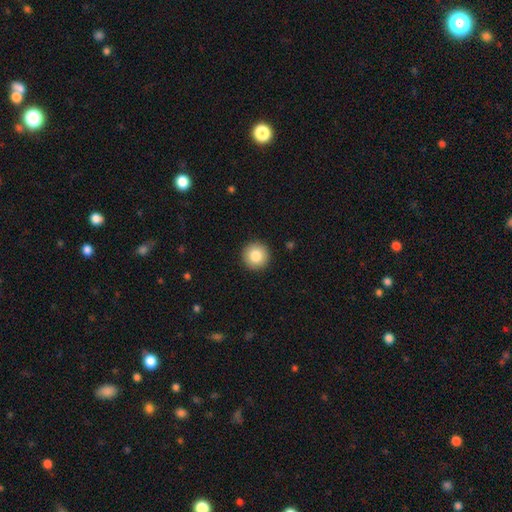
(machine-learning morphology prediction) The model was most divided on "smooth or featured": smooth: 83%, star or artifact: 9%, featured or disk: 8%. More confident: how rounded — round (96%); merging — none (93%).